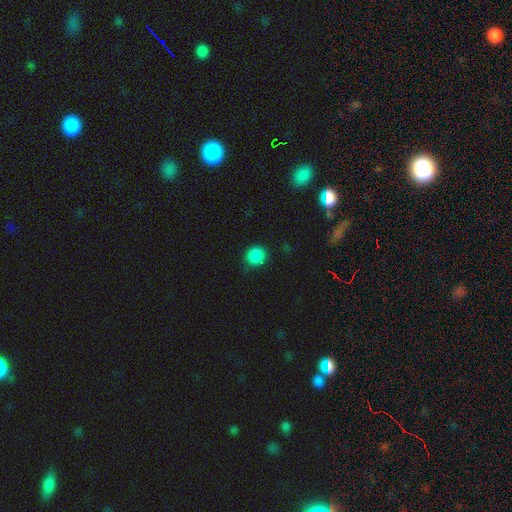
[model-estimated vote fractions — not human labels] Q: Smooth or featured?
A: smooth (86%); runner-up: star or artifact (11%)
Q: How rounded?
A: round (89%); runner-up: in between (11%)
Q: Merging?
A: none (85%); runner-up: minor disturbance (10%)